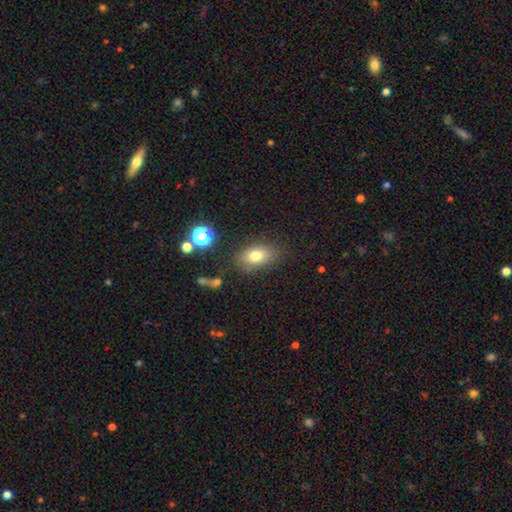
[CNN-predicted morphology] smooth 76%, featured or disk 12%, star or artifact 12%. Down the decision tree: how rounded — in between (82%); merging — none (78%).